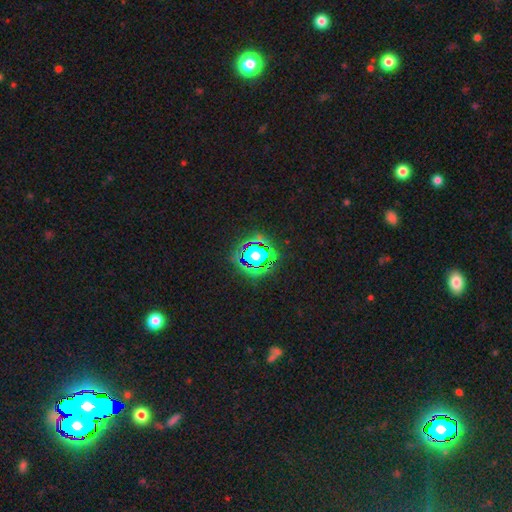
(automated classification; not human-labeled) Smooth or featured? star or artifact (59%)